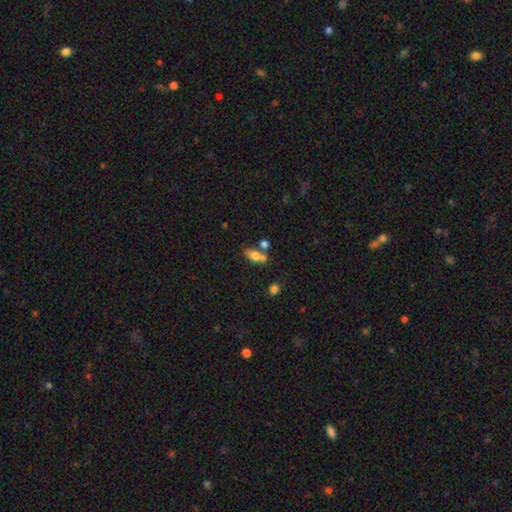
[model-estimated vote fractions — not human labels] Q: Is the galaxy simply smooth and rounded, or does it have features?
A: smooth — 70%.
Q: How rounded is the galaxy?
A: in between — 79%.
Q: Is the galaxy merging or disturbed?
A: none — 47%.